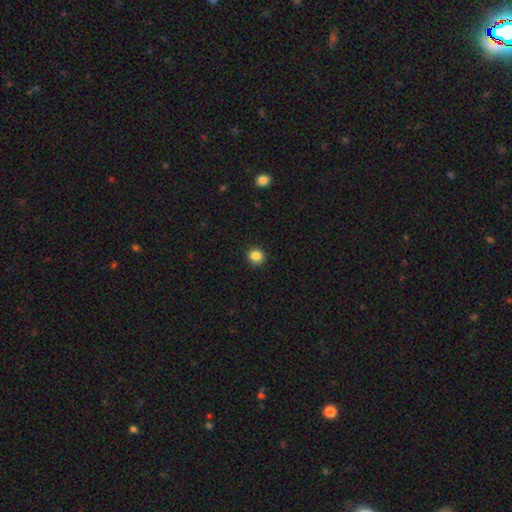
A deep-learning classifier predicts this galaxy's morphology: This appears to be a smooth galaxy with no disk features (86%) that is round (89%). Merging: none (91%).